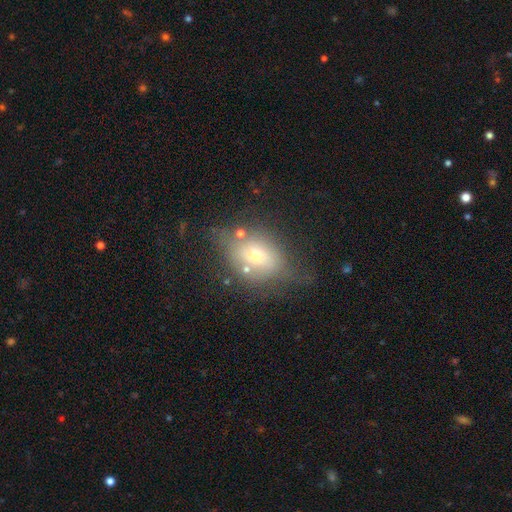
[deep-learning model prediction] The model was most divided on "smooth or featured": smooth: 52%, featured or disk: 34%, star or artifact: 14%. Remaining: how rounded — in between (62%); merging — none (49%).